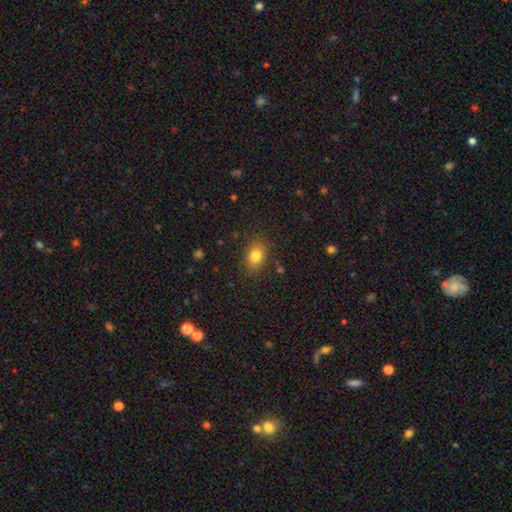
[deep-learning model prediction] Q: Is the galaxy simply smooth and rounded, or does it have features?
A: smooth — 81%.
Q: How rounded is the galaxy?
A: in between — 74%.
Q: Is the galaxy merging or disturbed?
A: none — 84%.